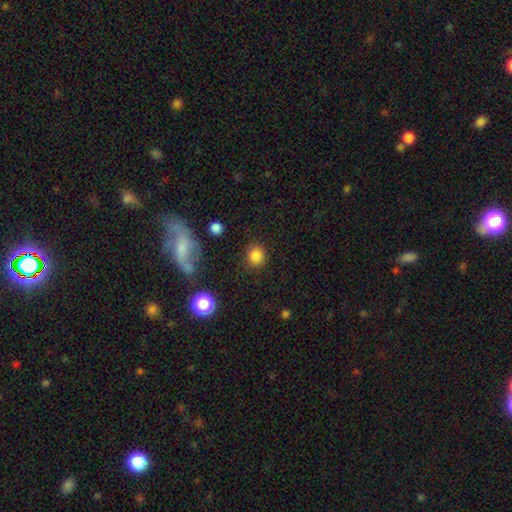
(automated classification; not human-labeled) Morphology: type=smooth (83%); roundness=round (81%); merging=none (86%).